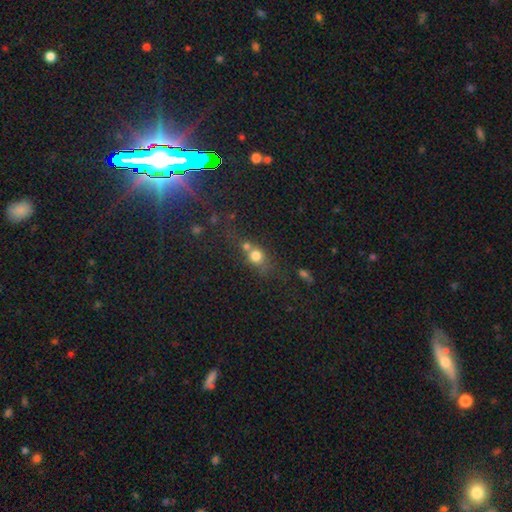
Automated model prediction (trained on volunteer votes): A smooth galaxy with no disk features (70%) that is round (72%). Merging: merger (40%, tied with none).